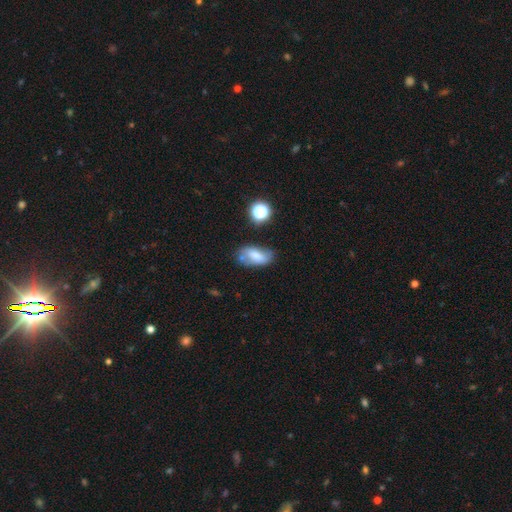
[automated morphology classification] smooth 64%, featured or disk 24%, star or artifact 11%. Down the decision tree: how rounded — in between (88%); merging — none (55%).